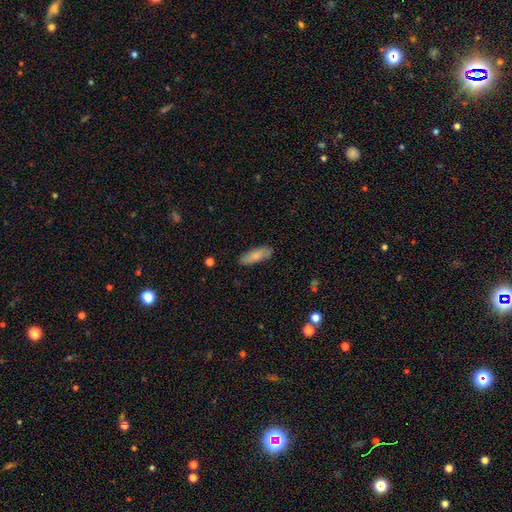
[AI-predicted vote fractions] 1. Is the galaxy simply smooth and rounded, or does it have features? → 78% smooth, 16% featured or disk, 6% star or artifact.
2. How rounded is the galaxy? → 58% in between, 40% cigar-shaped, 2% round.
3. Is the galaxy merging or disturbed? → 86% none, 10% minor disturbance, 2% major disturbance, 1% merger.